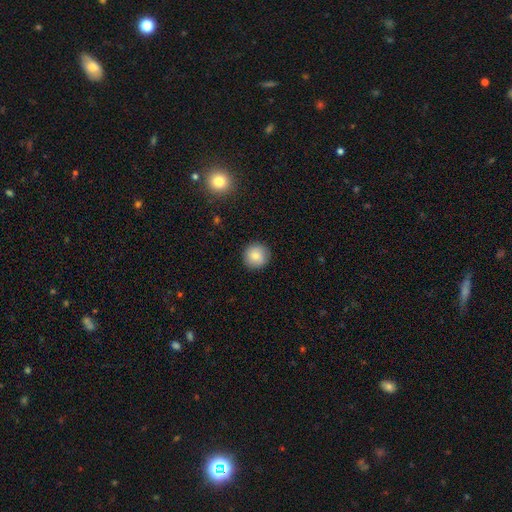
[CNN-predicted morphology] smooth 82%, featured or disk 10%, star or artifact 9%. Down the decision tree: how rounded — round (95%); merging — none (90%).